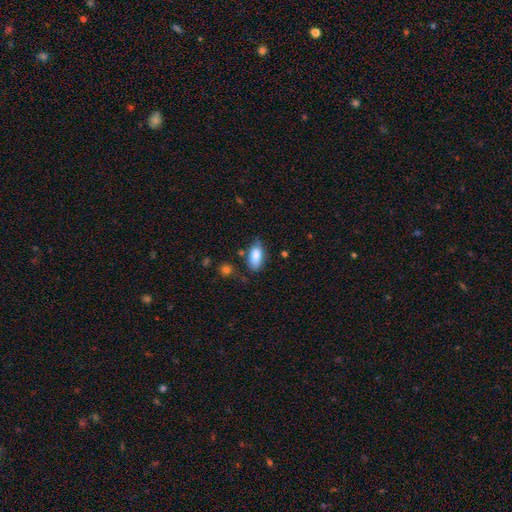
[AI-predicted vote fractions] A smooth galaxy with no disk features (83%) that is in between round and cigar-shaped (89%).

Vote fractions:
- Smooth or featured? smooth: 83% / featured or disk: 11% / star or artifact: 7%
- How rounded? in between: 89% / cigar-shaped: 8% / round: 3%
- Merging? none: 66% / minor disturbance: 25% / major disturbance: 6% / merger: 4%